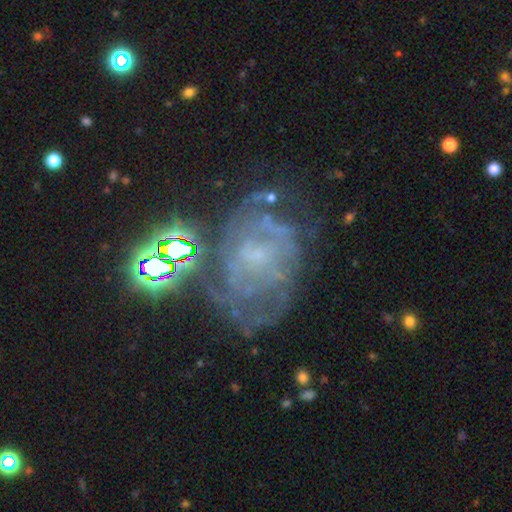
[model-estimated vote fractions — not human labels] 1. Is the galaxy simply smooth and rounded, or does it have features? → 68% featured or disk, 18% star or artifact, 14% smooth.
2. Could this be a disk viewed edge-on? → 97% no, 3% yes.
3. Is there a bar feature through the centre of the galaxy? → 65% no, 29% weak, 7% strong.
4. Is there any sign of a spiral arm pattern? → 72% yes, 28% no.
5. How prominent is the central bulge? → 61% small, 24% none, 13% moderate, 2% large, 1% dominant.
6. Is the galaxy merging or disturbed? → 54% none, 21% minor disturbance, 19% major disturbance, 7% merger.